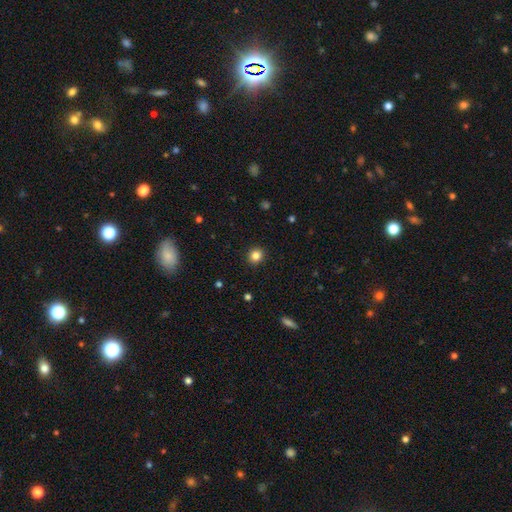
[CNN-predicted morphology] smooth_or_featured: smooth (p=0.84) [alt: star or artifact p=0.12]
how_rounded: round (p=0.88) [alt: in between p=0.11]
merging: none (p=0.92) [alt: minor disturbance p=0.05]